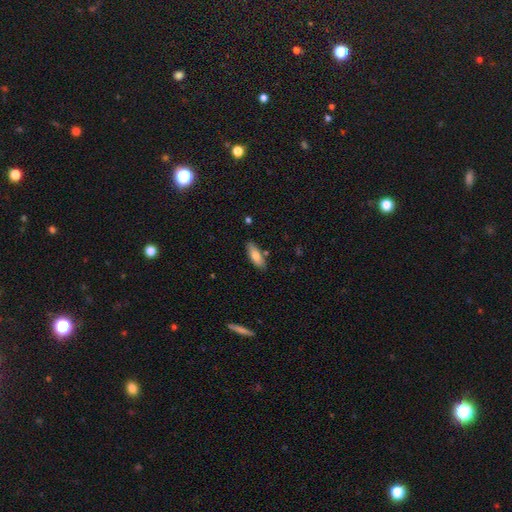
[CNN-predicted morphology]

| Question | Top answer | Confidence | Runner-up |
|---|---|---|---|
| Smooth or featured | smooth | 75% | featured or disk (19%) |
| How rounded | in between | 61% | cigar-shaped (37%) |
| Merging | none | 83% | minor disturbance (11%) |